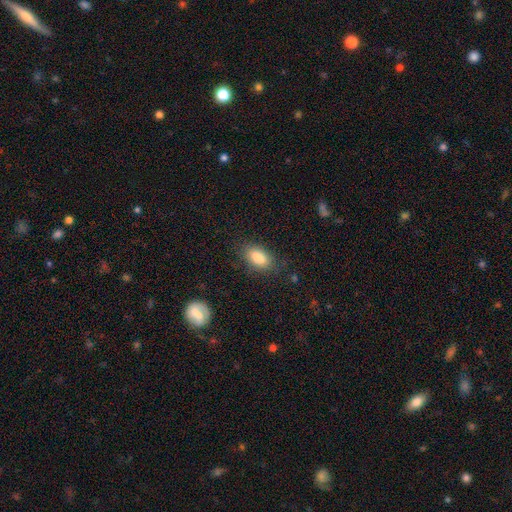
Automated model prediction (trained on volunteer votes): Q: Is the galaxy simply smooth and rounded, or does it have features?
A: smooth — 82%.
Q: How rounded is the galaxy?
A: in between — 88%.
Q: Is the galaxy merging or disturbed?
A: none — 83%.